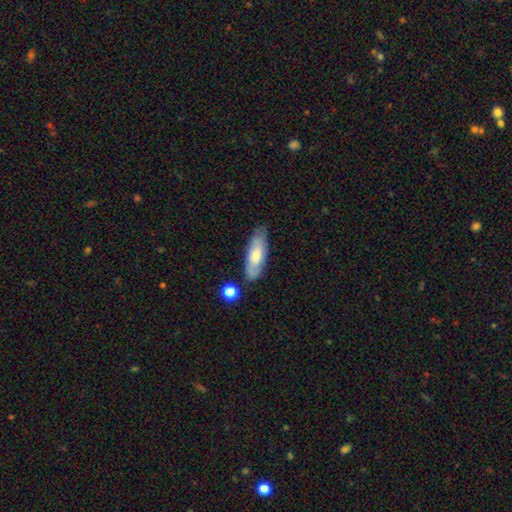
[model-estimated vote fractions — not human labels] Overall: smooth (61%; featured or disk 33%). How rounded: in between (67%; cigar-shaped 31%). Merging: none (72%).